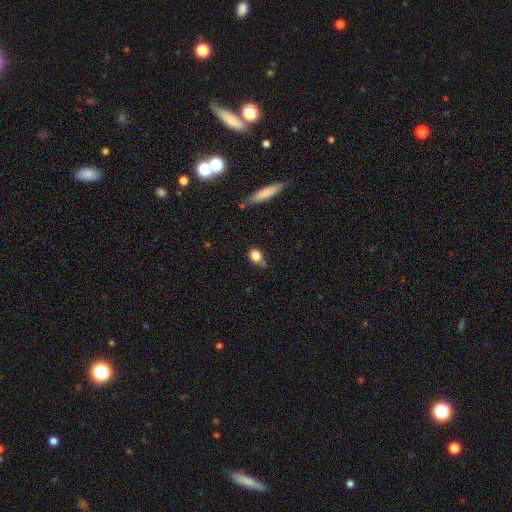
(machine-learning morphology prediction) Smooth or featured? Predicted: smooth (p=0.82). How rounded? Predicted: round (p=0.49). Merging? Predicted: none (p=0.56).